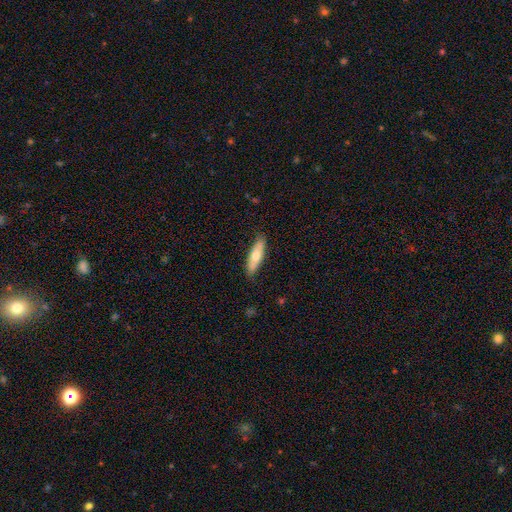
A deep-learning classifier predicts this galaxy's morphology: type=smooth (66%); roundness=cigar-shaped (64%); merging=none (85%).